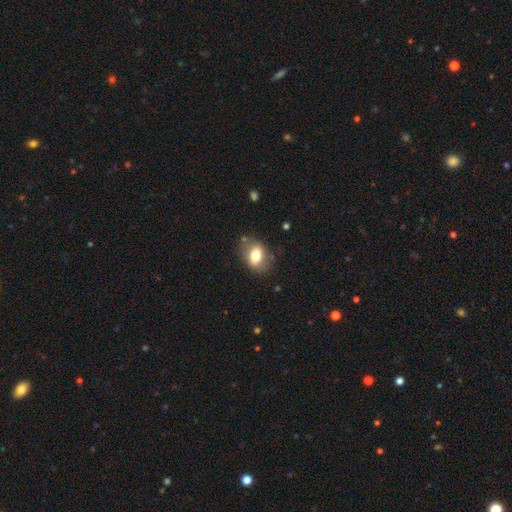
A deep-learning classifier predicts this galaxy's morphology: This is likely a smooth galaxy (71%). How rounded: likely in between (73%). Merging: likely none (76%).